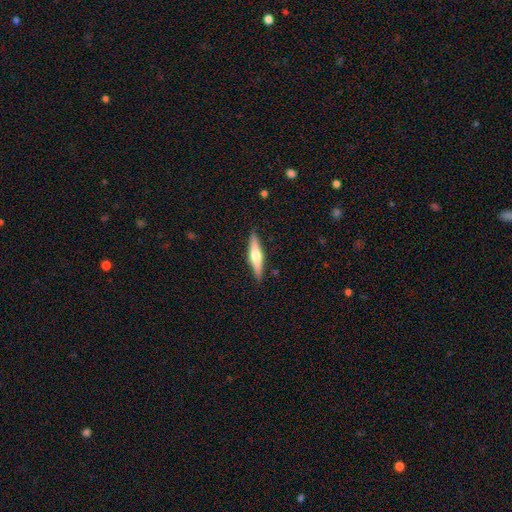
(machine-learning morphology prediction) Smooth or featured?
  - featured or disk: 54% *
  - smooth: 41%
  - star or artifact: 6%
Edge-on disk?
  - yes: 95% *
  - no: 5%
Edge-on bulge?
  - rounded: 89% *
  - boxy: 6%
  - none: 5%
Merging?
  - none: 89% *
  - minor disturbance: 8%
  - major disturbance: 2%
  - merger: 1%